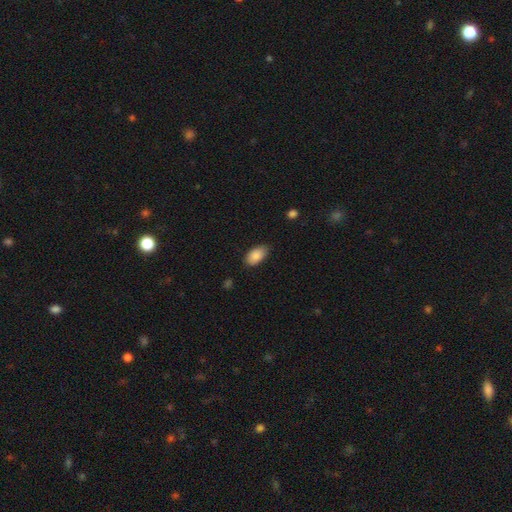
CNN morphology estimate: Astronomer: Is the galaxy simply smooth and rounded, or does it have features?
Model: smooth — 88%.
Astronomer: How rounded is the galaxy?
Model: in between — 94%.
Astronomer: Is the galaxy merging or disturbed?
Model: none — 81%.